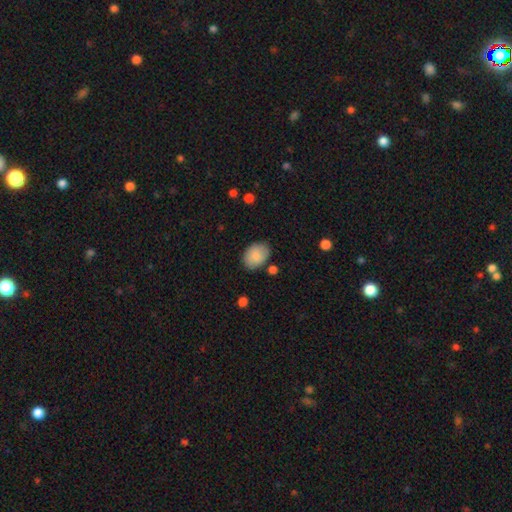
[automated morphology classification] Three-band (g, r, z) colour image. It shows a smooth galaxy with no disk features (85%) that is in between round and cigar-shaped (78%). Merging: none (80%).